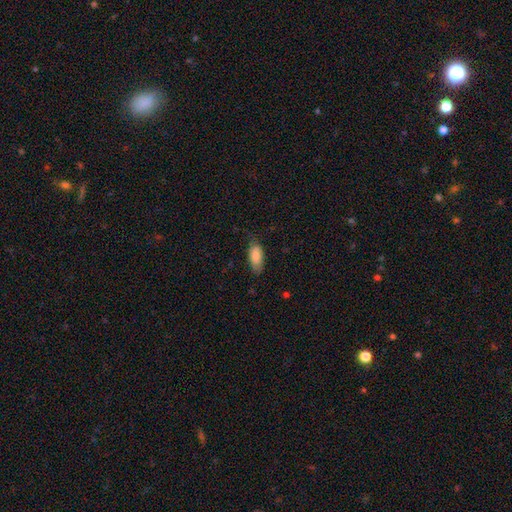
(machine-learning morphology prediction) smooth_or_featured: smooth (p=0.85) [alt: featured or disk p=0.09]
how_rounded: in between (p=0.85) [alt: cigar-shaped p=0.13]
merging: none (p=0.67) [alt: minor disturbance p=0.26]